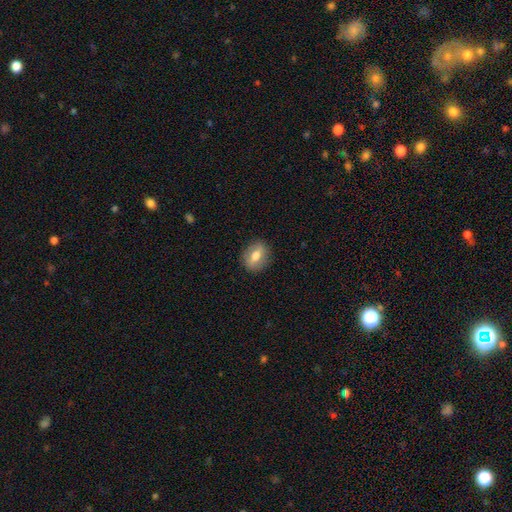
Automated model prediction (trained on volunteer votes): Smooth or featured? smooth (65%)
How rounded? in between (53%)
Merging? none (87%)